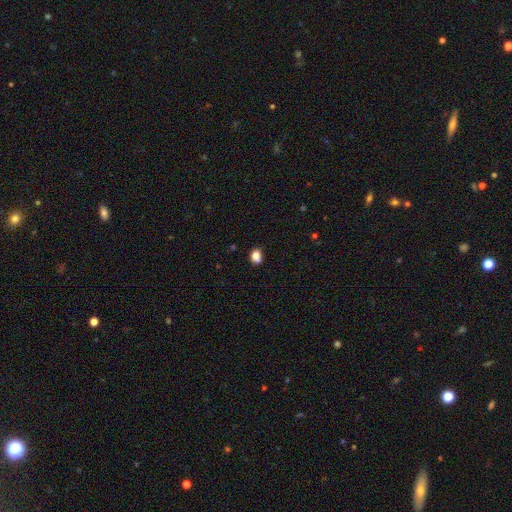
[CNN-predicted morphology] This appears to be a smooth galaxy with no disk features (80%) that is in between round and cigar-shaped (51%). Merging: none (64%).